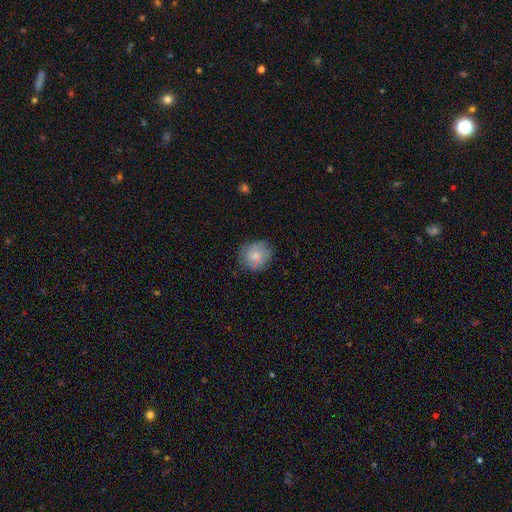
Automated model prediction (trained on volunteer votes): Smooth or featured?
  - smooth: 75% *
  - featured or disk: 17%
  - star or artifact: 8%
How rounded?
  - round: 78% *
  - in between: 21%
  - cigar-shaped: 1%
Merging?
  - none: 80% *
  - minor disturbance: 15%
  - major disturbance: 4%
  - merger: 1%